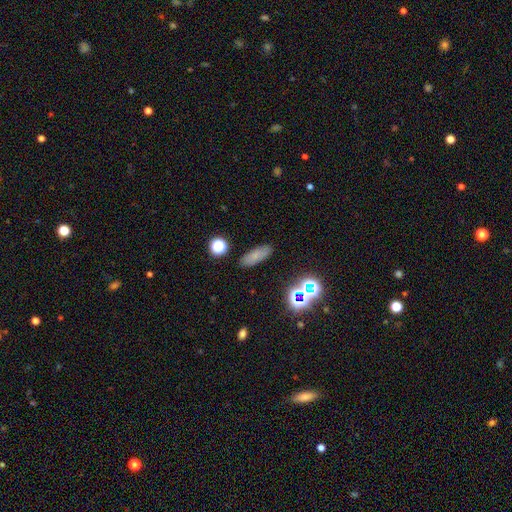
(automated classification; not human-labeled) A smooth galaxy with no disk features (71%) that is in between round and cigar-shaped (65%). Merging: none (86%).